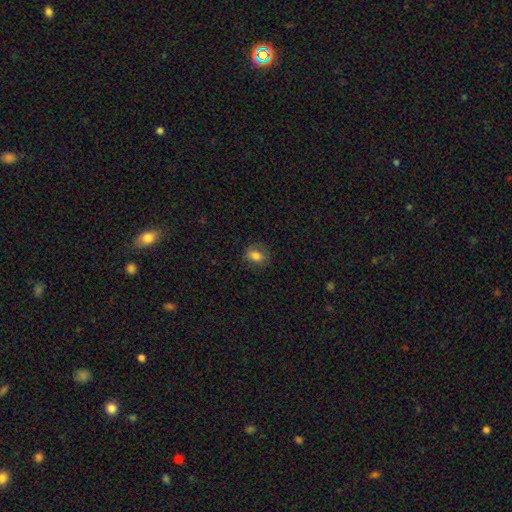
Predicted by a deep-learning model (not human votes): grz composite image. It shows a smooth galaxy with no disk features (79%) that is in between round and cigar-shaped (63%). Merging: none (81%).